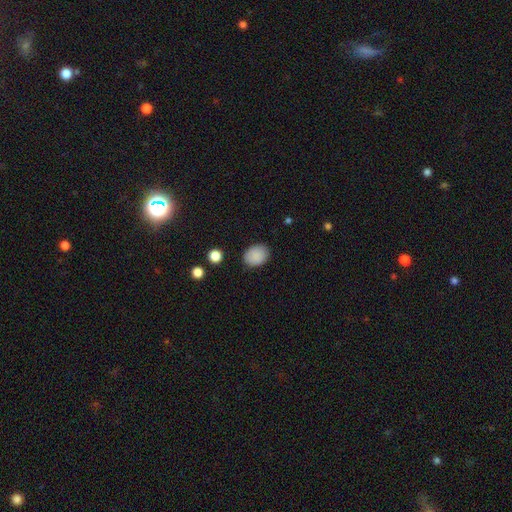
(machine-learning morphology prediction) Smooth or featured? smooth (89%)
How rounded? in between (68%)
Merging? none (86%)